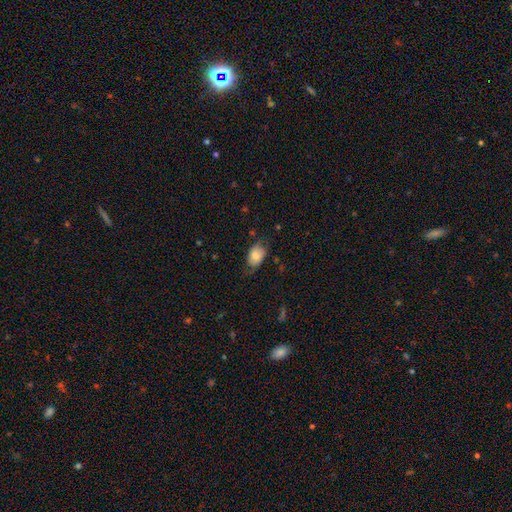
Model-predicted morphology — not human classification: smooth_or_featured: smooth (p=0.75) [alt: featured or disk p=0.17]
how_rounded: in between (p=0.85) [alt: round p=0.14]
merging: none (p=0.59) [alt: minor disturbance p=0.30]